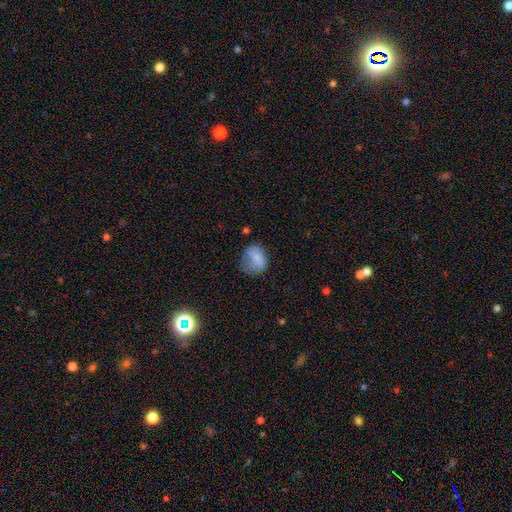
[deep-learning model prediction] Smooth or featured?
  - smooth: 70% *
  - featured or disk: 17%
  - star or artifact: 13%
How rounded?
  - round: 49% * (tied)
  - in between: 49% * (tied)
  - cigar-shaped: 1%
Merging?
  - none: 50% *
  - minor disturbance: 30%
  - major disturbance: 18%
  - merger: 2%